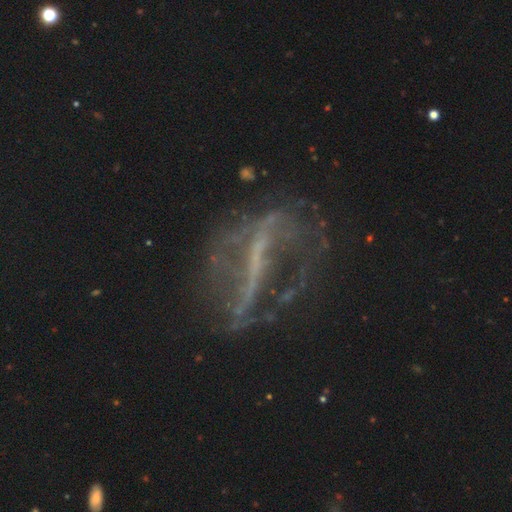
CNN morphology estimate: Smooth or featured? featured or disk (77%)
Edge-on disk? no (89%)
Bar? strong (59%)
Spiral arms? yes (56%)
Bulge size? none (60%)
Merging? none (51%)